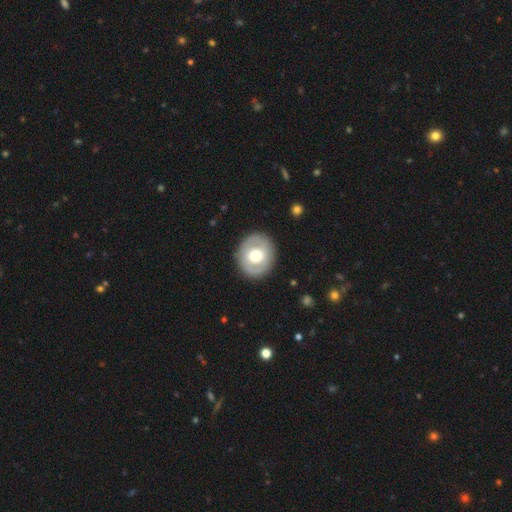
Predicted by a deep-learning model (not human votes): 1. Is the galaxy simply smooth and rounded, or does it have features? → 48% featured or disk, 46% smooth, 6% star or artifact.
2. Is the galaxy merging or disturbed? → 86% none, 9% minor disturbance, 4% major disturbance, 1% merger.